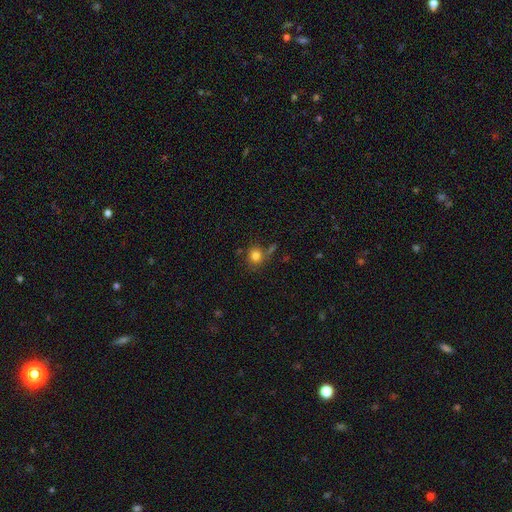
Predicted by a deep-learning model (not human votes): Q: Smooth or featured?
A: smooth (81%); runner-up: star or artifact (12%)
Q: How rounded?
A: round (83%); runner-up: in between (16%)
Q: Merging?
A: none (69%); runner-up: minor disturbance (14%)